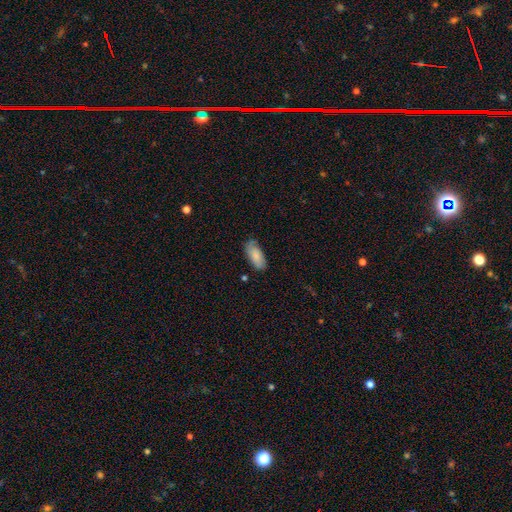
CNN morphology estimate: A smooth galaxy with no disk features (80%) that is in between round and cigar-shaped (85%).

Vote fractions:
- Smooth or featured? smooth: 80% / featured or disk: 14% / star or artifact: 6%
- How rounded? in between: 85% / cigar-shaped: 13% / round: 2%
- Merging? none: 70% / minor disturbance: 23% / major disturbance: 4% / merger: 2%